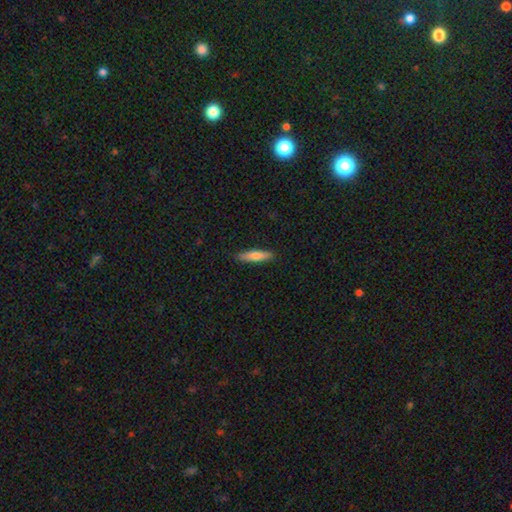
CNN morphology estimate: The model was most divided on "smooth or featured": smooth: 70%, featured or disk: 24%, star or artifact: 6%. More confident: merging — none (89%); how rounded — cigar-shaped (77%).